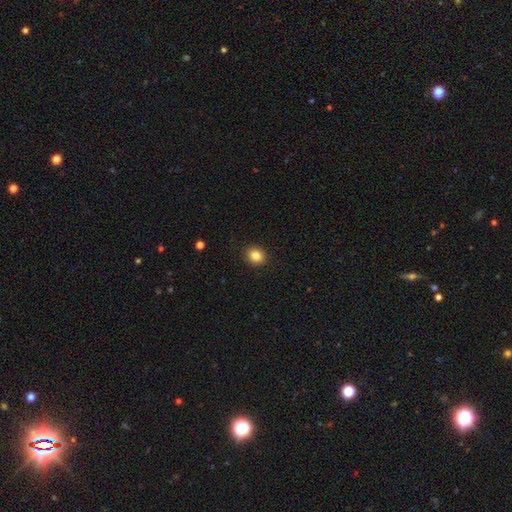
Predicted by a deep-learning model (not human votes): Smooth or featured?
  - smooth: 84% *
  - star or artifact: 10%
  - featured or disk: 5%
How rounded?
  - round: 69% *
  - in between: 30%
  - cigar-shaped: 1%
Merging?
  - none: 91% *
  - minor disturbance: 6%
  - major disturbance: 2%
  - merger: 1%